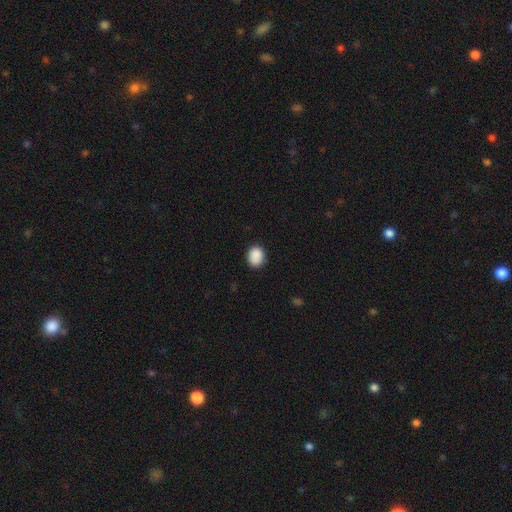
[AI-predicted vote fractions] Smooth or featured?
  - smooth: 89% *
  - star or artifact: 8%
  - featured or disk: 3%
How rounded?
  - round: 50% *
  - in between: 49%
  - cigar-shaped: 1%
Merging?
  - none: 86% *
  - minor disturbance: 11%
  - major disturbance: 2%
  - merger: 1%